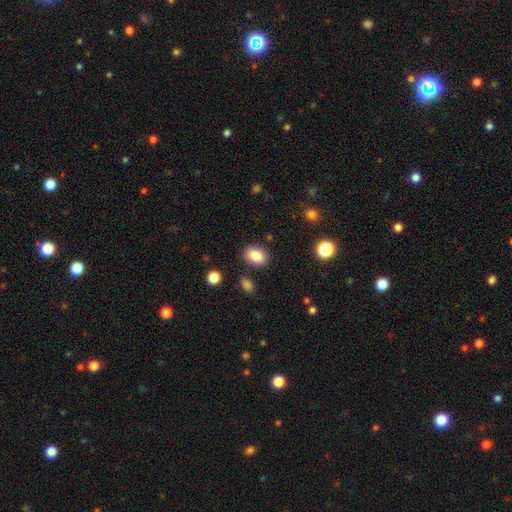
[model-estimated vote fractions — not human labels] A smooth galaxy with no disk features (85%) that is in between round and cigar-shaped (77%). Merging: none (82%).